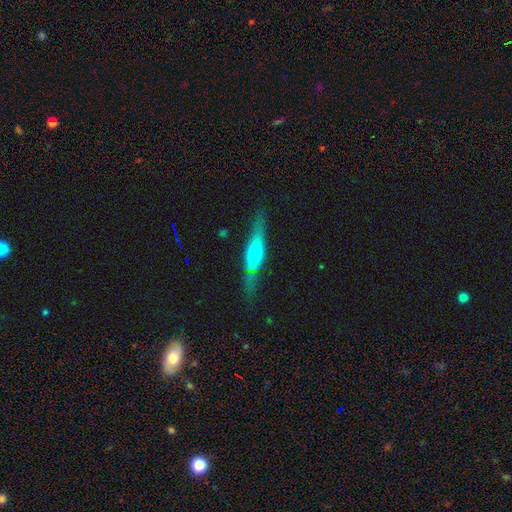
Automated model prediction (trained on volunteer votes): Q: Smooth or featured?
A: featured or disk (55%); runner-up: smooth (37%)
Q: Edge-on disk?
A: yes (87%); runner-up: no (13%)
Q: Merging?
A: none (77%); runner-up: minor disturbance (16%)